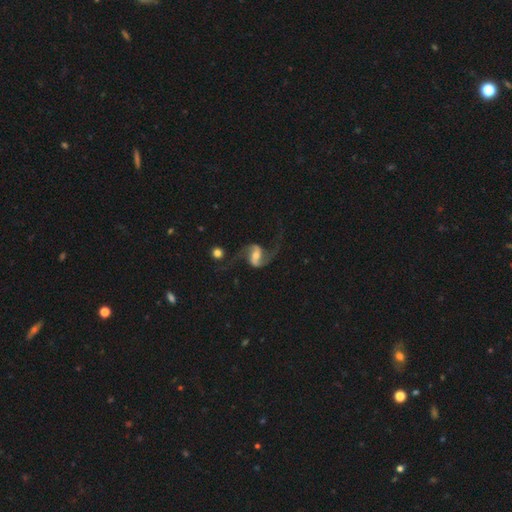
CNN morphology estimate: Q: Smooth or featured?
A: featured or disk (90%); runner-up: smooth (5%)
Q: Edge-on disk?
A: no (98%); runner-up: yes (2%)
Q: Bar?
A: weak (42%); runner-up: strong (41%)
Q: Spiral arms?
A: yes (97%); runner-up: no (3%)
Q: Spiral winding?
A: loose (67%); runner-up: medium (28%)
Q: Spiral arm count?
A: 2 (94%); runner-up: 1 (2%)
Q: Bulge size?
A: moderate (54%); runner-up: small (32%)
Q: Merging?
A: none (70%); runner-up: minor disturbance (13%)